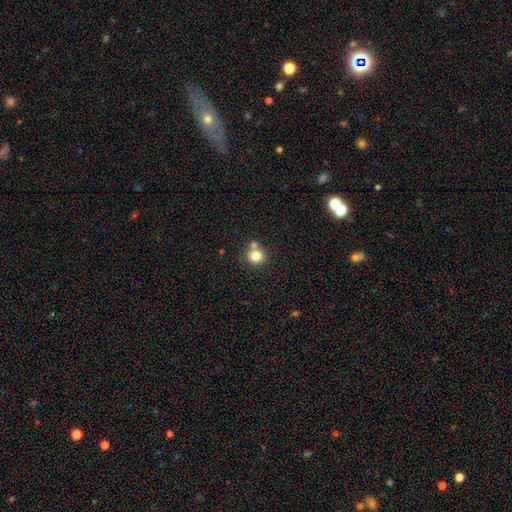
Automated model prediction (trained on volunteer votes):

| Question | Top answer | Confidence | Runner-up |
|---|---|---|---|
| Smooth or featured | smooth | 81% | star or artifact (11%) |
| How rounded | round | 88% | in between (11%) |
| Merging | none | 62% | merger (27%) |